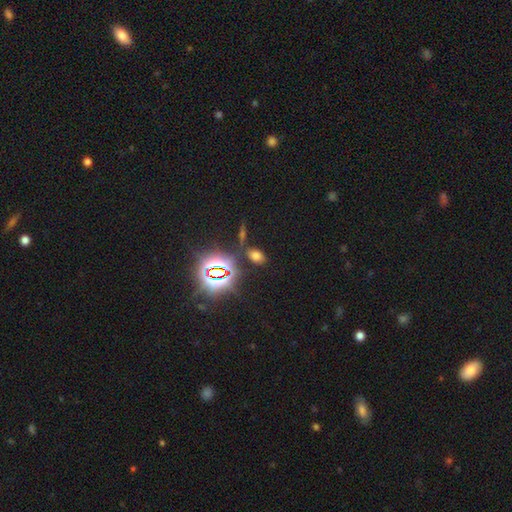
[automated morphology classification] smooth-or-featured: smooth: 57% | star or artifact: 34% | featured or disk: 9%
  how-rounded: in between: 84% | round: 12% | cigar-shaped: 4%
  merging: none: 81% | minor disturbance: 9% | merger: 7% | major disturbance: 4%